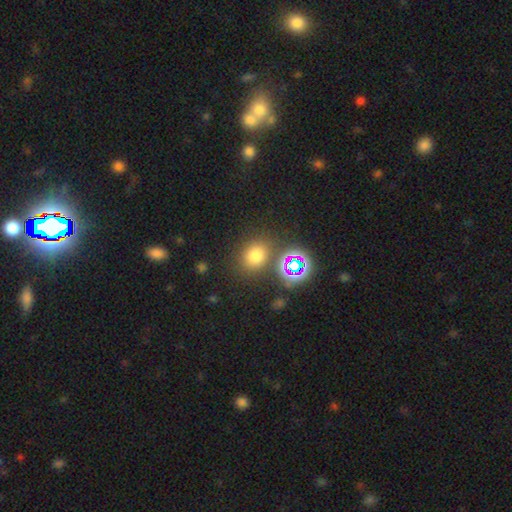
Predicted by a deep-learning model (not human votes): Smooth or featured? smooth (70%)
How rounded? round (55%)
Merging? none (78%)